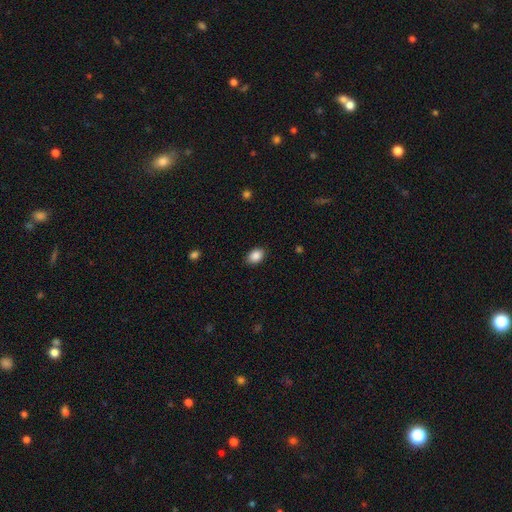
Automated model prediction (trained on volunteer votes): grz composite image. It shows a smooth galaxy with no disk features (88%) that is in between round and cigar-shaped (81%). Merging: none (86%).